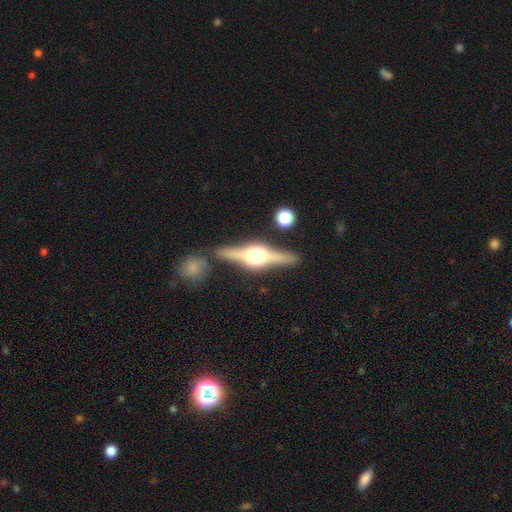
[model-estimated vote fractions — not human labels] smooth-or-featured: featured or disk: 81% | smooth: 13% | star or artifact: 6%
  disk-edge-on: yes: 97% | no: 3%
    edge-on-bulge: rounded: 93% | boxy: 5% | none: 1%
  merging: none: 84% | minor disturbance: 9% | merger: 5% | major disturbance: 3%